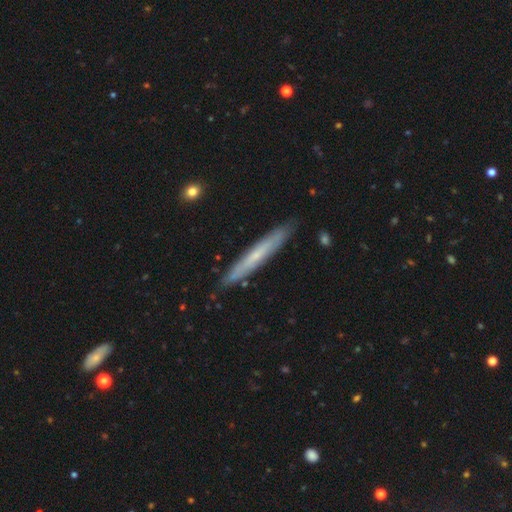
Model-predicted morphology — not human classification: This appears to be a featured or disk galaxy (53%) viewed edge-on (86%). Merging: none (86%).